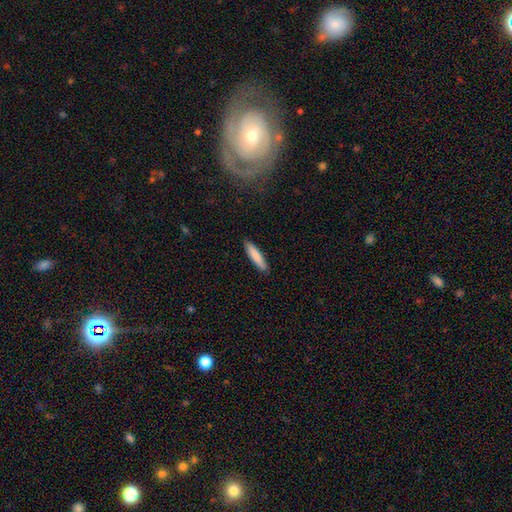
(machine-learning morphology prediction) smooth_or_featured: smooth (p=0.84) [alt: featured or disk p=0.10]
how_rounded: cigar-shaped (p=0.84) [alt: in between p=0.15]
merging: none (p=0.90) [alt: minor disturbance p=0.08]